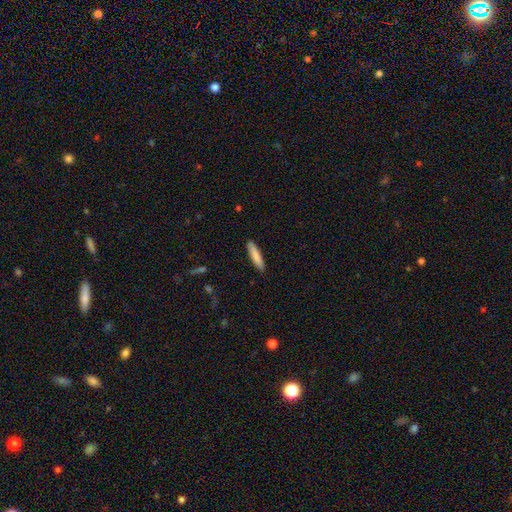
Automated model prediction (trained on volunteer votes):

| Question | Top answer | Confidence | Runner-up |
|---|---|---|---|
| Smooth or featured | smooth | 84% | featured or disk (11%) |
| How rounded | cigar-shaped | 85% | in between (14%) |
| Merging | none | 90% | minor disturbance (8%) |